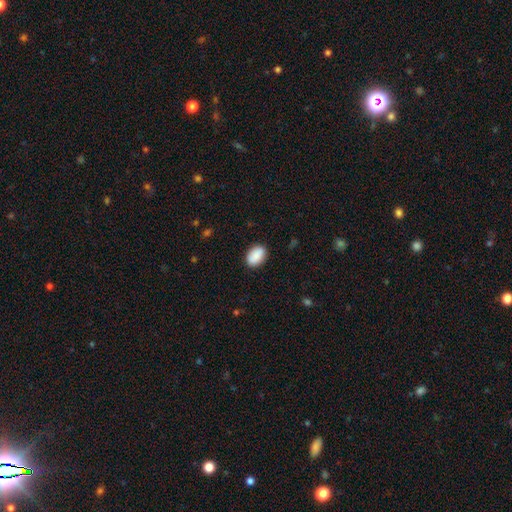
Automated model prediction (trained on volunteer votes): This appears to be a smooth galaxy with no disk features (89%) that is in between round and cigar-shaped (88%). Merging: none (87%).